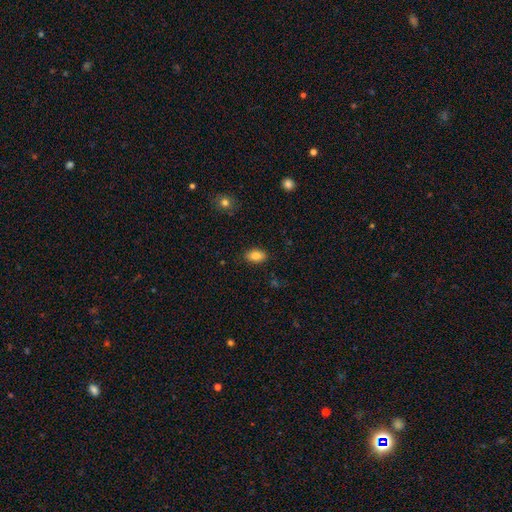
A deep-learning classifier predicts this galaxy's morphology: Smooth or featured?
  - smooth: 83% *
  - featured or disk: 9%
  - star or artifact: 8%
How rounded?
  - in between: 89% *
  - round: 8%
  - cigar-shaped: 2%
Merging?
  - none: 87% *
  - minor disturbance: 10%
  - major disturbance: 2%
  - merger: 1%